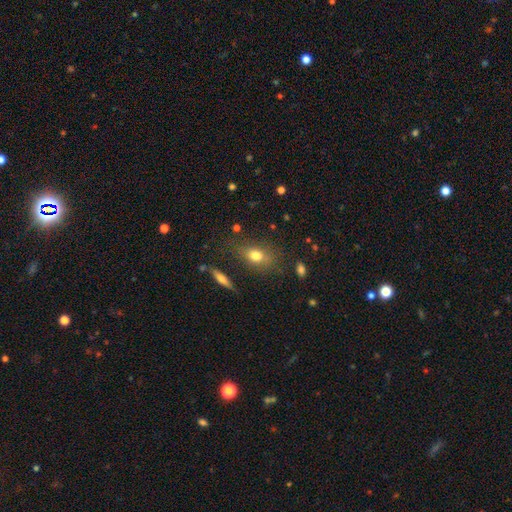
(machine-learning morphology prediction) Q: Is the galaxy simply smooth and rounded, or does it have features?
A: smooth — 75%.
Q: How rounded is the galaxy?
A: in between — 70%.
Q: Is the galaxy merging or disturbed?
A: none — 69%.